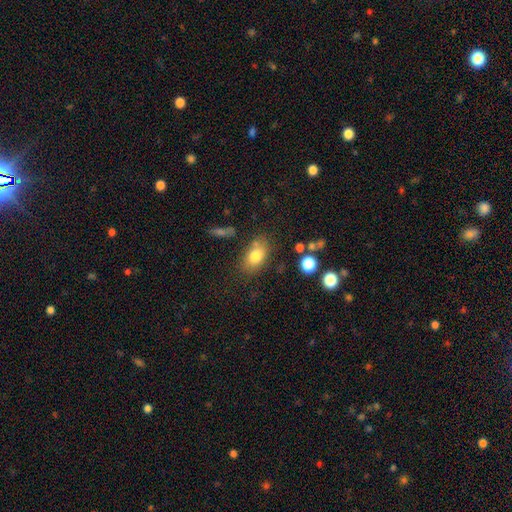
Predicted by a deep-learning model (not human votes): A smooth galaxy with no disk features (79%) that is in between round and cigar-shaped (84%). Merging: none (72%).